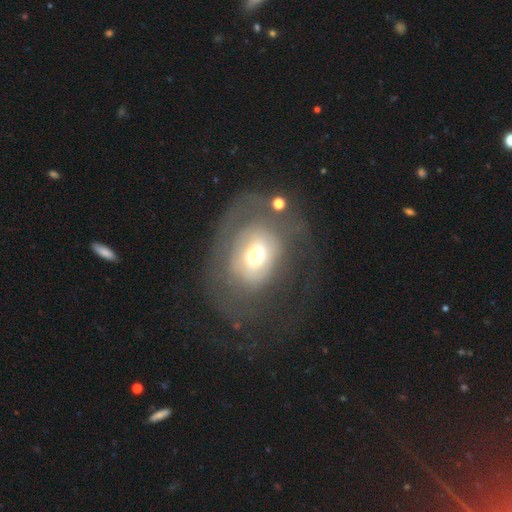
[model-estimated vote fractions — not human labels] Smooth or featured?
  - featured or disk: 53% *
  - smooth: 38%
  - star or artifact: 9%
Edge-on disk?
  - no: 95% *
  - yes: 5%
Bar?
  - no: 71% *
  - weak: 22%
  - strong: 7%
Spiral arms?
  - no: 54% *
  - yes: 46%
Bulge size?
  - moderate: 62% *
  - large: 21%
  - small: 13%
  - dominant: 3%
  - none: 1%
Merging?
  - none: 39% *
  - major disturbance: 38%
  - minor disturbance: 19%
  - merger: 4%